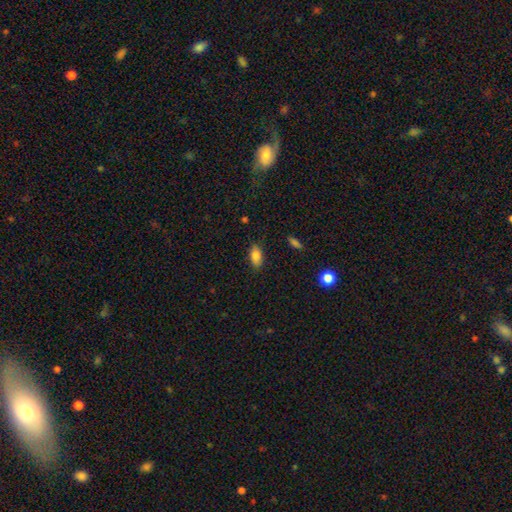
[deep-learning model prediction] smooth-or-featured: smooth: 84% | star or artifact: 9% | featured or disk: 7%
  how-rounded: in between: 89% | cigar-shaped: 8% | round: 4%
  merging: none: 83% | minor disturbance: 13% | major disturbance: 3% | merger: 1%